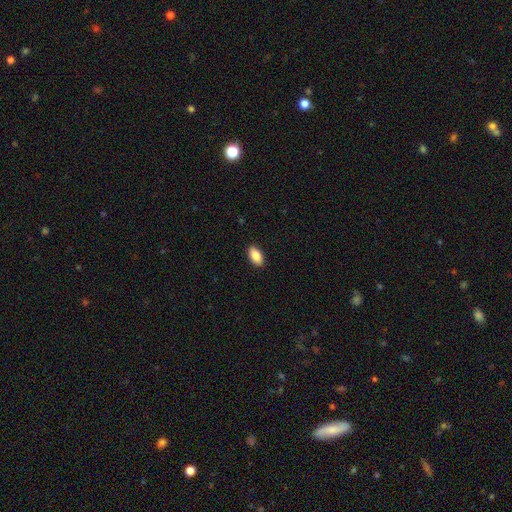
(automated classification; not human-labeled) smooth_or_featured: smooth (p=0.84) [alt: featured or disk p=0.09]
how_rounded: in between (p=0.92) [alt: cigar-shaped p=0.04]
merging: none (p=0.91) [alt: minor disturbance p=0.07]